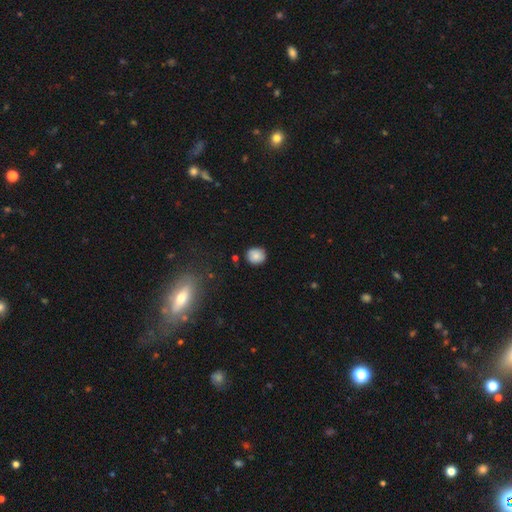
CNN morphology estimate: type=smooth (84%); roundness=round (81%); merging=none (84%).